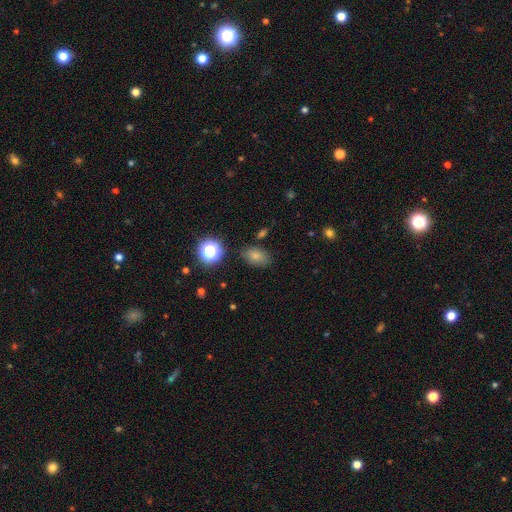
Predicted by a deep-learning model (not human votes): A smooth galaxy with no disk features (75%) that is in between round and cigar-shaped (81%). Merging: none (79%).